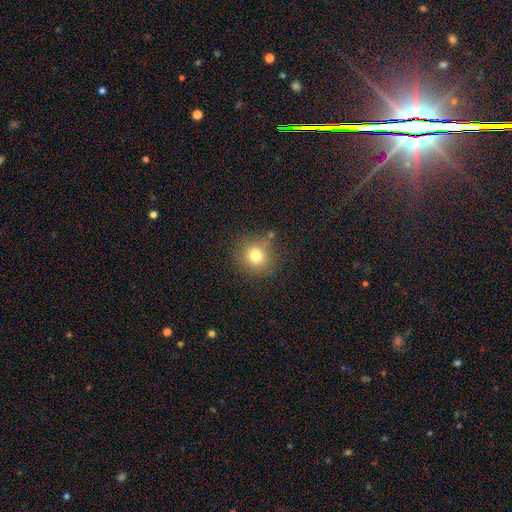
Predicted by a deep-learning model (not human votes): Smooth or featured? smooth (78%)
How rounded? round (88%)
Merging? none (79%)